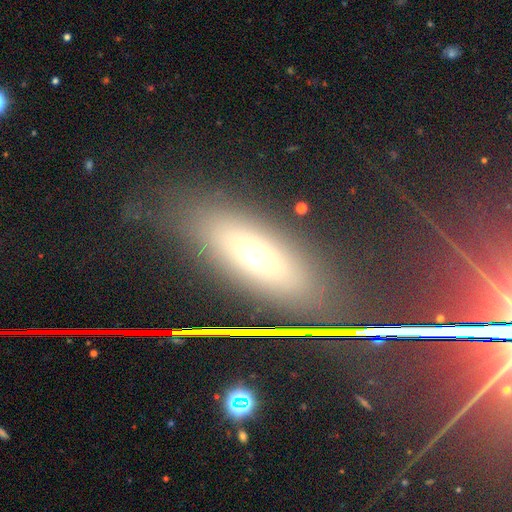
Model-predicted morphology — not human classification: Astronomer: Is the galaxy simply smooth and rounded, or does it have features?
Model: smooth — 51%.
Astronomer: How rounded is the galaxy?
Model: in between — 61%.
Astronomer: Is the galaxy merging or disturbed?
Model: none — 82%.